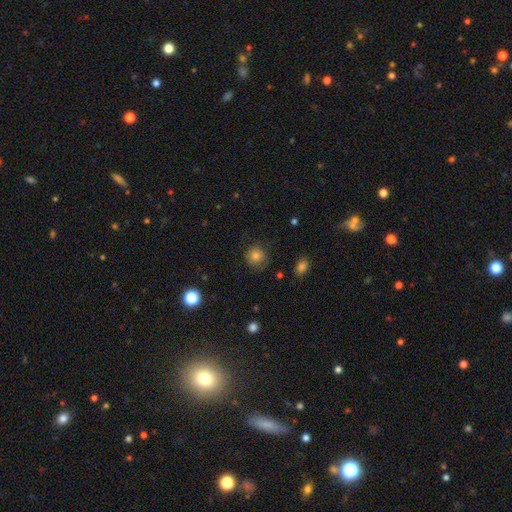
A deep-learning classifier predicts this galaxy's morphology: This appears to be a smooth galaxy with no disk features (76%) that is round (90%). Merging: none (78%).